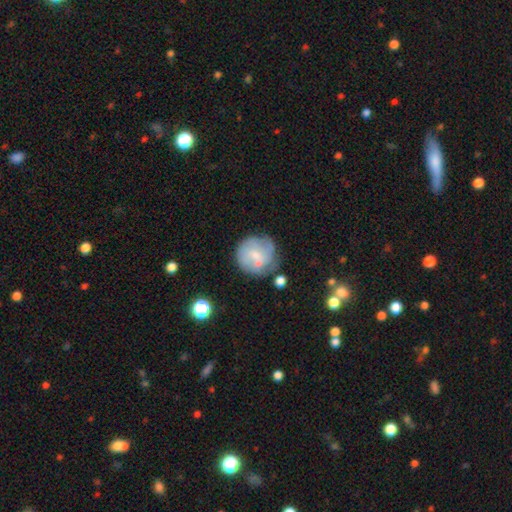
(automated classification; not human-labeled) Smooth or featured? smooth (52%)
How rounded? round (90%)
Merging? none (58%)